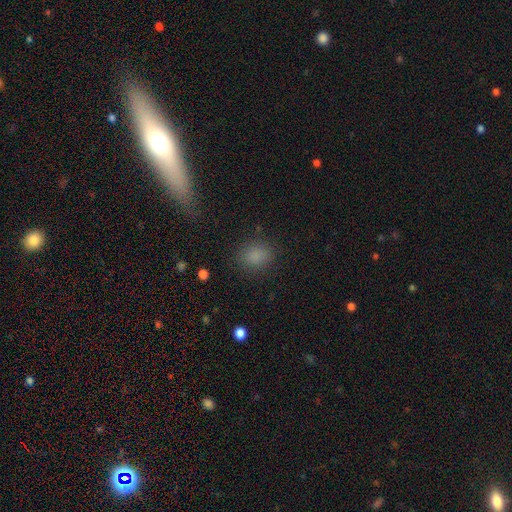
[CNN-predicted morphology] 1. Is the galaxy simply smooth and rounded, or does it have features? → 83% smooth, 12% star or artifact, 4% featured or disk.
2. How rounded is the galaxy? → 50% round, 48% in between, 1% cigar-shaped.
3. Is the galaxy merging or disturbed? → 85% none, 9% minor disturbance, 4% major disturbance, 1% merger.